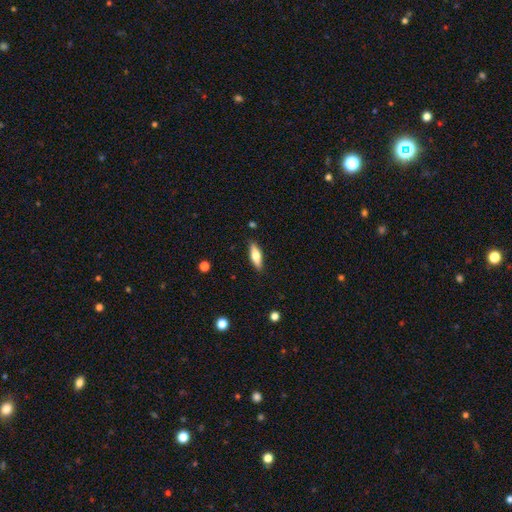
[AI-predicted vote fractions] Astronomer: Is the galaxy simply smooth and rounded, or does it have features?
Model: smooth — 64%.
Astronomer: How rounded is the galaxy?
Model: in between — 51% (runner-up: cigar-shaped, 46%).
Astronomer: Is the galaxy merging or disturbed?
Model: none — 87%.